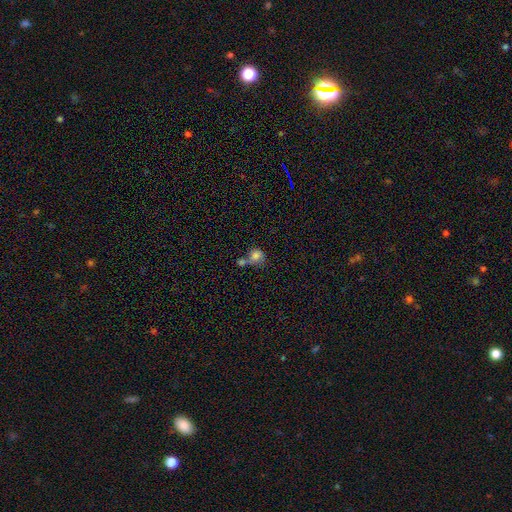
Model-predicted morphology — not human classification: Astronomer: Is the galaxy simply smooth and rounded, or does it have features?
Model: smooth — 77%.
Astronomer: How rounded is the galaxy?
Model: round — 72%.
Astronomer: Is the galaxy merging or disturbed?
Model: merger — 54%.